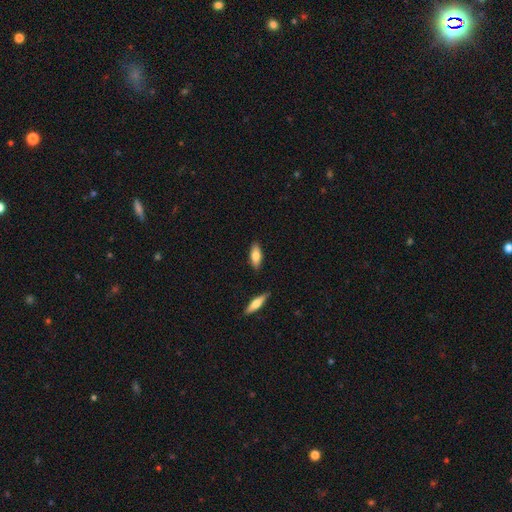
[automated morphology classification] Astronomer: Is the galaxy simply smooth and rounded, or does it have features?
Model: smooth — 75%.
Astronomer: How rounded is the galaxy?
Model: in between — 72%.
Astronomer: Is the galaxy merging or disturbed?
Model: none — 86%.